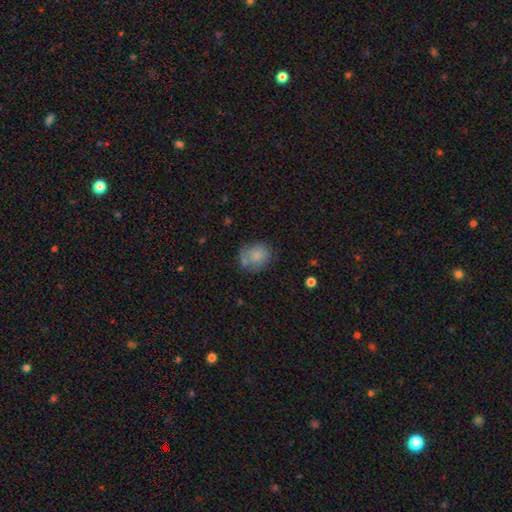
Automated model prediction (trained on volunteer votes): smooth-or-featured: smooth: 78% | featured or disk: 13% | star or artifact: 9%
  how-rounded: round: 70% | in between: 29% | cigar-shaped: 1%
  merging: none: 56% | minor disturbance: 21% | merger: 16% | major disturbance: 8%